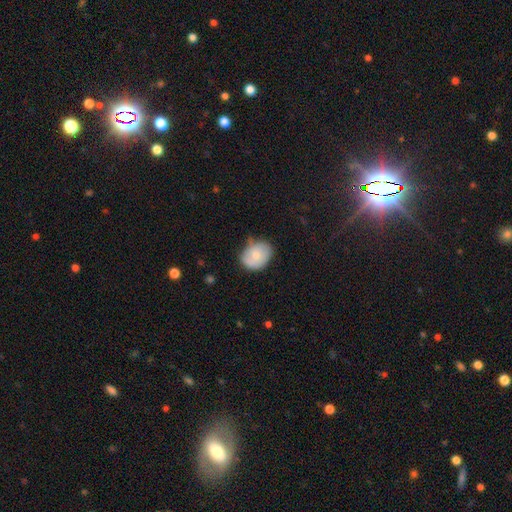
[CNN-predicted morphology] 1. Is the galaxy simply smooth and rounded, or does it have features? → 69% smooth, 24% featured or disk, 7% star or artifact.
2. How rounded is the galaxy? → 53% in between, 46% round, 1% cigar-shaped.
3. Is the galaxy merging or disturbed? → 54% none, 35% minor disturbance, 8% major disturbance, 3% merger.